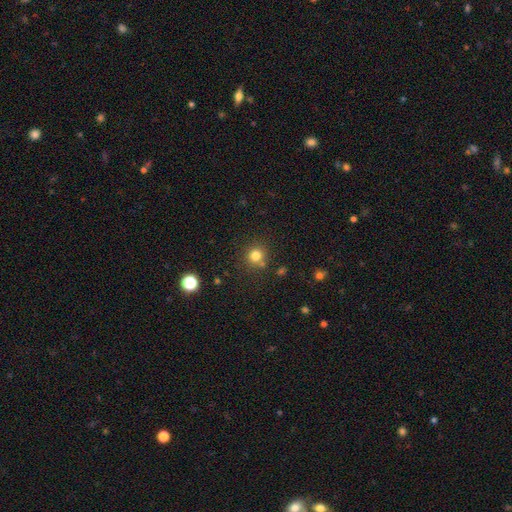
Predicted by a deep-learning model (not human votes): Smooth or featured? smooth (79%)
How rounded? round (90%)
Merging? none (78%)